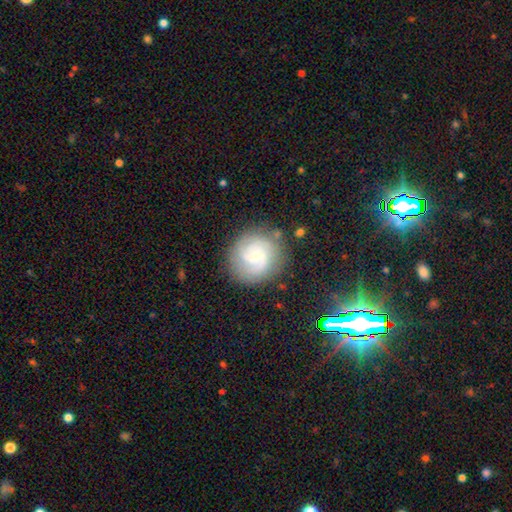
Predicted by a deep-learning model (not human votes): Smooth or featured: featured or disk — 72% (smooth — 20%)
Edge-on disk: no — 98% (yes — 2%)
Bar: no — 51% (weak — 41%)
Spiral arms: yes — 95% (no — 5%)
Spiral winding: tight — 49% (medium — 39%)
Spiral arm count: 2 — 57% (can't tell — 17%)
Bulge size: small — 69% (moderate — 16%)
Merging: none — 79% (minor disturbance — 13%)